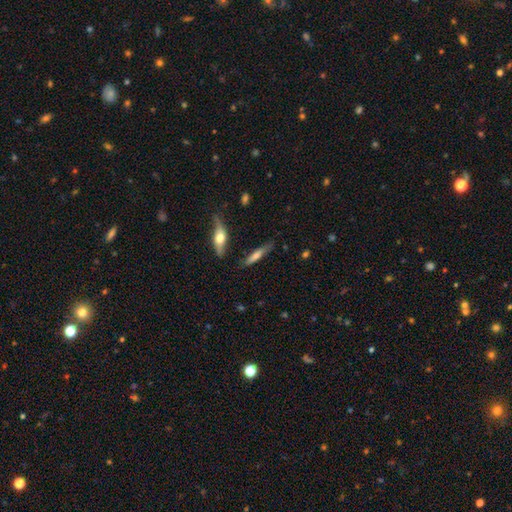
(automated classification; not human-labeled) Smooth or featured? Predicted: smooth (p=0.57). How rounded? Predicted: cigar-shaped (p=0.82). Merging? Predicted: none (p=0.70).